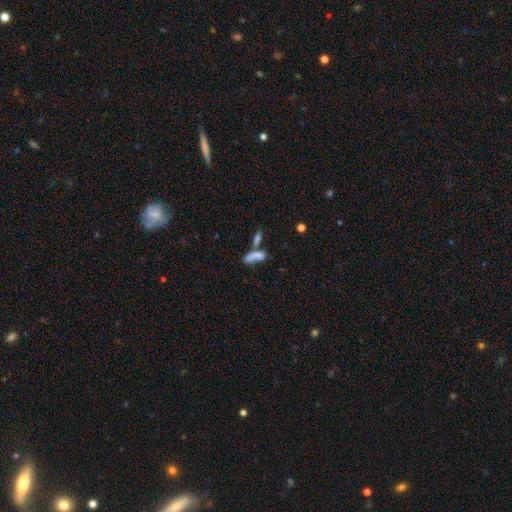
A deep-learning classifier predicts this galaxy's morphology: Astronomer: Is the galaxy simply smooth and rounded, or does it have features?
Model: smooth — 68%.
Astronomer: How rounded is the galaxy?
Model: in between — 54% (runner-up: cigar-shaped, 40%).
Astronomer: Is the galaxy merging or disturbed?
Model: merger — 52%.